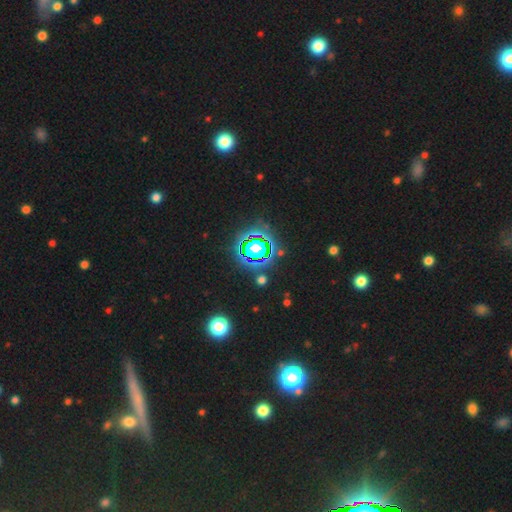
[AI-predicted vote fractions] Smooth or featured? Predicted: star or artifact (p=0.77).